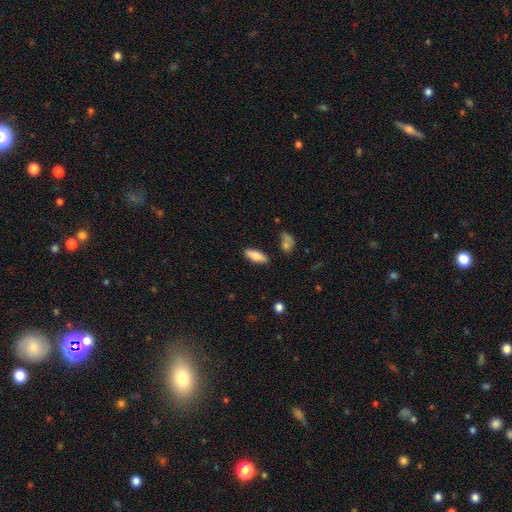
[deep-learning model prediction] Smooth or featured? Predicted: smooth (p=0.81). How rounded? Predicted: in between (p=0.69). Merging? Predicted: none (p=0.83).